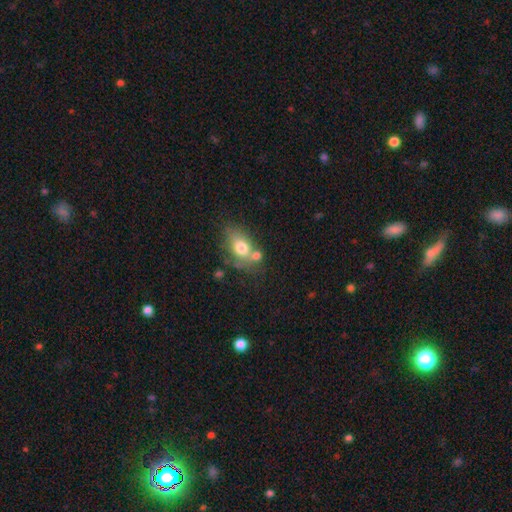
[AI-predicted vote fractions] Morphology: type=smooth (71%); roundness=in between (76%); merging=none (44%).